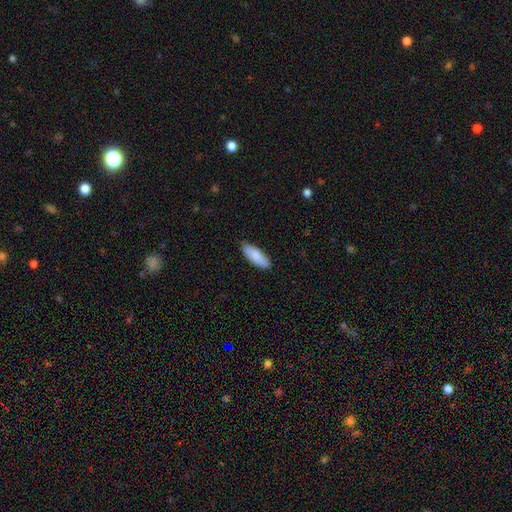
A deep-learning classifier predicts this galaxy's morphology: smooth_or_featured: smooth (p=0.88) [alt: featured or disk p=0.07]
how_rounded: in between (p=0.67) [alt: cigar-shaped p=0.32]
merging: none (p=0.86) [alt: minor disturbance p=0.11]